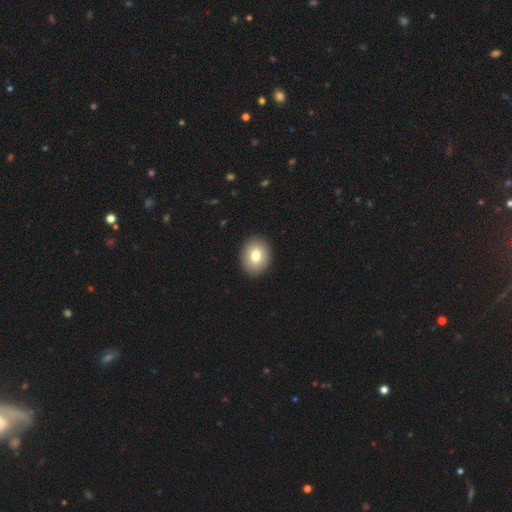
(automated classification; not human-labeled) Q: Smooth or featured?
A: smooth (78%); runner-up: featured or disk (13%)
Q: How rounded?
A: round (54%); runner-up: in between (45%)
Q: Merging?
A: none (91%); runner-up: minor disturbance (6%)